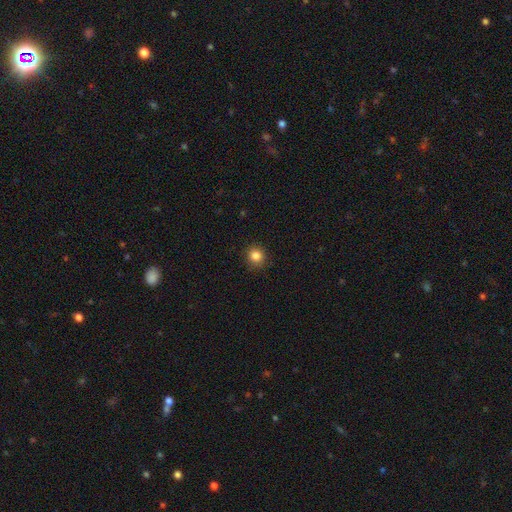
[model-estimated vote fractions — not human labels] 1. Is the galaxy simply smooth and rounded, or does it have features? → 84% smooth, 11% star or artifact, 4% featured or disk.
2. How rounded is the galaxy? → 90% round, 9% in between, 1% cigar-shaped.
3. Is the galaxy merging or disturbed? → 89% none, 8% minor disturbance, 2% major disturbance, 1% merger.